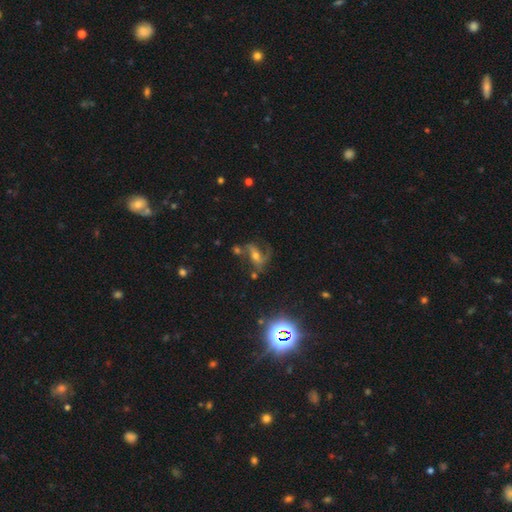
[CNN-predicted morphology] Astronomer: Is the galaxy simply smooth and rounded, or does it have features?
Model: featured or disk — 63%.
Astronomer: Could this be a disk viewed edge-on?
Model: no — 93%.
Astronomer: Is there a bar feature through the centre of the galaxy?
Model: no — 43% (runner-up: weak, 33%).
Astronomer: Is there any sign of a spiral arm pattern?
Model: yes — 86%.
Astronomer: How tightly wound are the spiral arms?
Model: loose — 53% (runner-up: medium, 35%).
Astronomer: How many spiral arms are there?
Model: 2 — 64%.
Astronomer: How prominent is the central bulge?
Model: moderate — 58%.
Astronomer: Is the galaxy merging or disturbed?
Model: none — 48%.